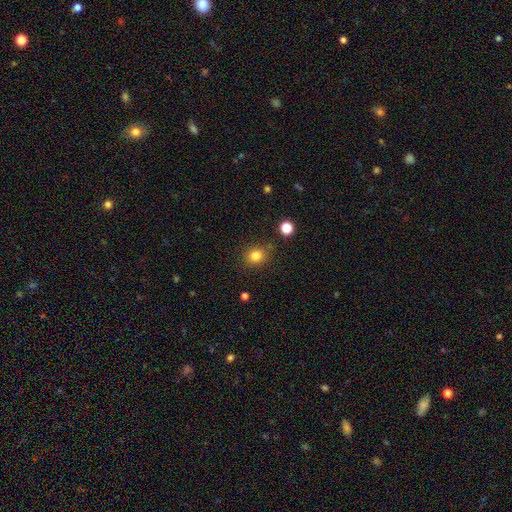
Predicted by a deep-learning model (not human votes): Smooth or featured: smooth — 81% (star or artifact — 13%)
How rounded: round — 78% (in between — 21%)
Merging: none — 82% (minor disturbance — 11%)